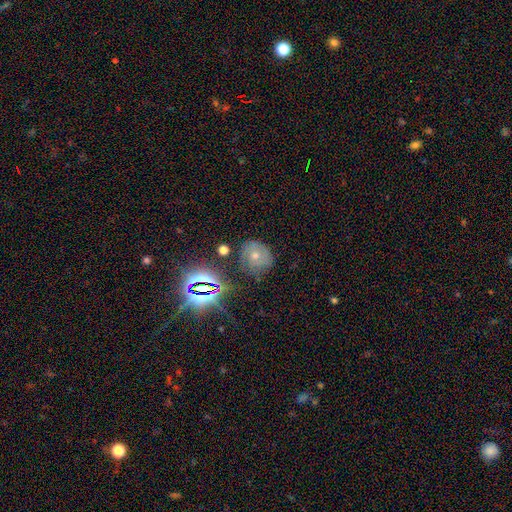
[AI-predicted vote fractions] A featured or disk galaxy (40%). Merging: none (70%).